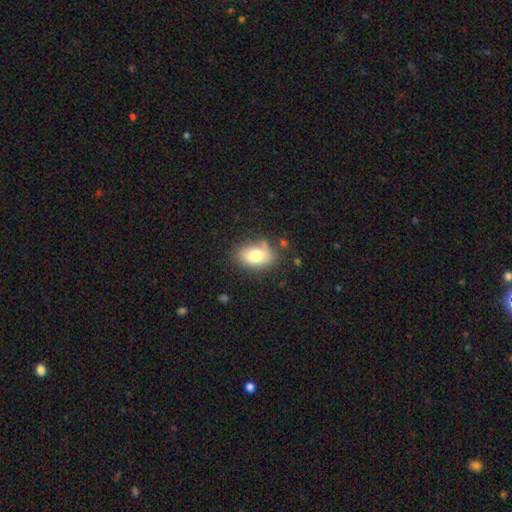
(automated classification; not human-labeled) A smooth galaxy with no disk features (79%) that is in between round and cigar-shaped (87%).

Vote fractions:
- Smooth or featured? smooth: 79% / featured or disk: 13% / star or artifact: 8%
- How rounded? in between: 87% / round: 11% / cigar-shaped: 2%
- Merging? none: 72% / minor disturbance: 19% / major disturbance: 5% / merger: 4%